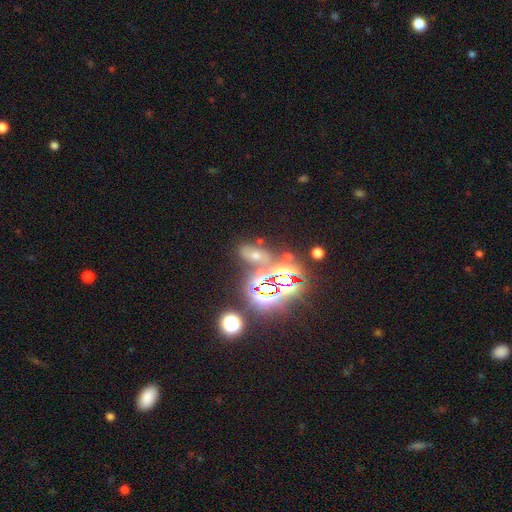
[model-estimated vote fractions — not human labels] Smooth or featured: star or artifact — 57% (smooth — 28%)